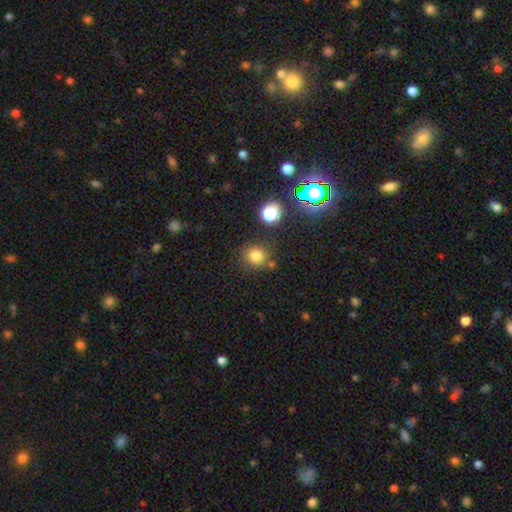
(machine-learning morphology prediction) A smooth galaxy with no disk features (77%) that is round (88%). Merging: none (79%).